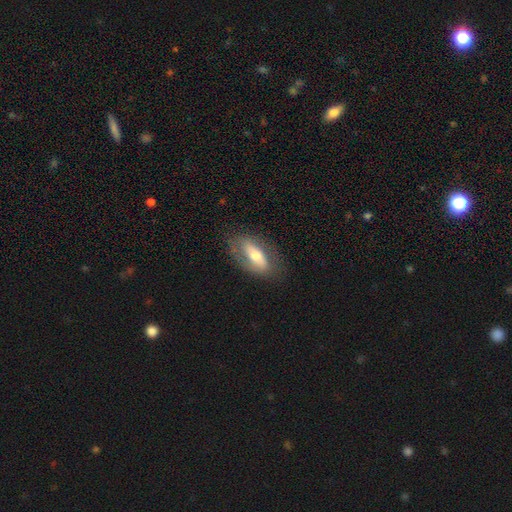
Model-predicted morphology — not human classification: Smooth or featured?
  - featured or disk: 49% *
  - smooth: 44%
  - star or artifact: 6%
Merging?
  - none: 73% *
  - minor disturbance: 18%
  - major disturbance: 8%
  - merger: 1%